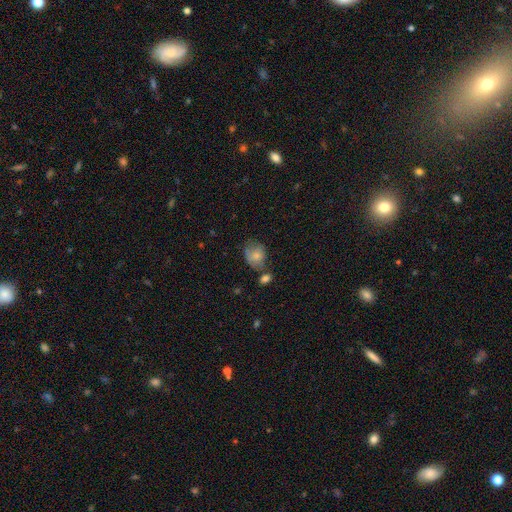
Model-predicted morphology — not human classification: Smooth or featured? Predicted: smooth (p=0.73). How rounded? Predicted: in between (p=0.51). Merging? Predicted: none (p=0.44).